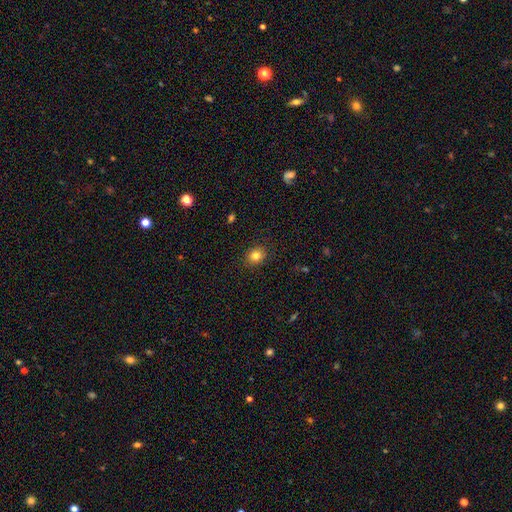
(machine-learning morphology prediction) Smooth or featured: smooth — 82% (star or artifact — 11%)
How rounded: round — 67% (in between — 32%)
Merging: none — 89% (minor disturbance — 8%)